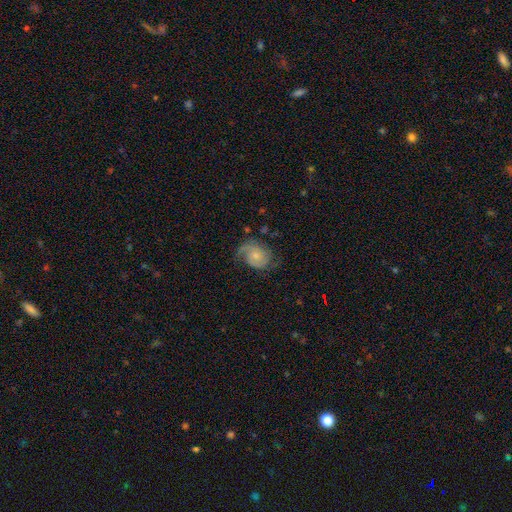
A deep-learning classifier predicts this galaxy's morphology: type=featured or disk (67%); edge-on=no (97%); bar=no (73%); spiral arms=yes (91%); winding=medium (40%); arm count=2 (63%); bulge=small (59%); merging=none (58%).